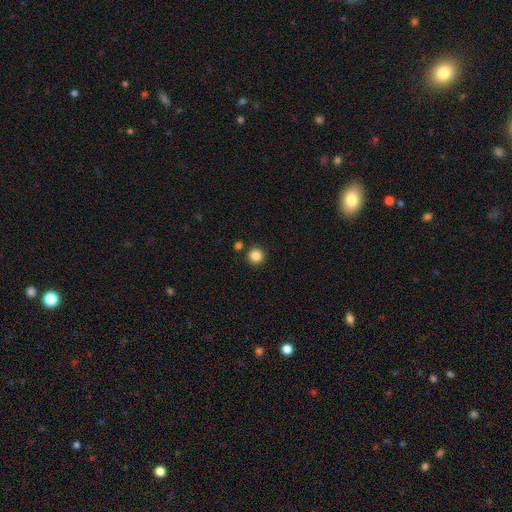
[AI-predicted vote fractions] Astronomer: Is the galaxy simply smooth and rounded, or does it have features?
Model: smooth — 85%.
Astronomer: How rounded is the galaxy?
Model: round — 95%.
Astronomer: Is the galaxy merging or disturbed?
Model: none — 88%.